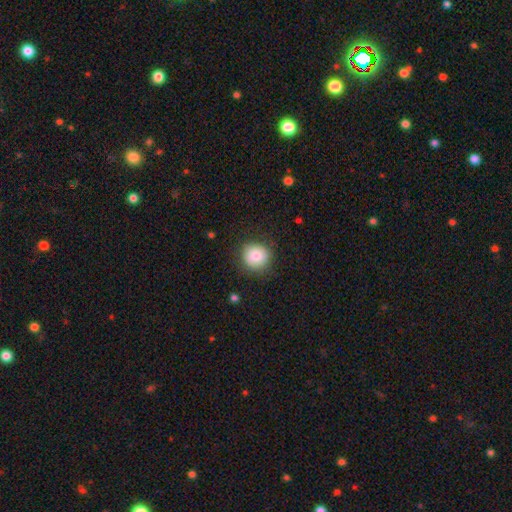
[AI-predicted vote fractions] A smooth galaxy with no disk features (83%) that is round (91%). Merging: none (86%).